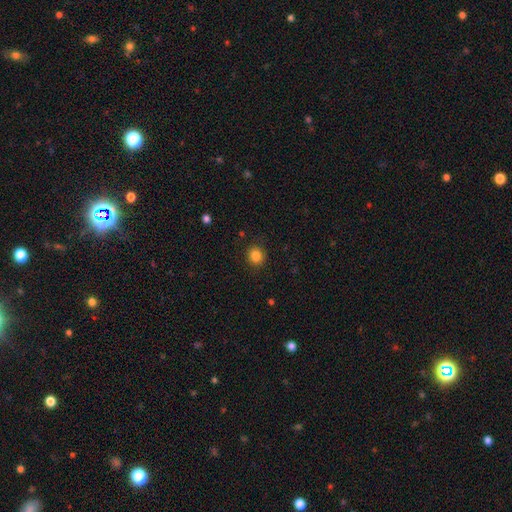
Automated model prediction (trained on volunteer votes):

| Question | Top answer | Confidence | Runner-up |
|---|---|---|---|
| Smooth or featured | smooth | 84% | star or artifact (11%) |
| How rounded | round | 83% | in between (16%) |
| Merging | none | 89% | minor disturbance (7%) |